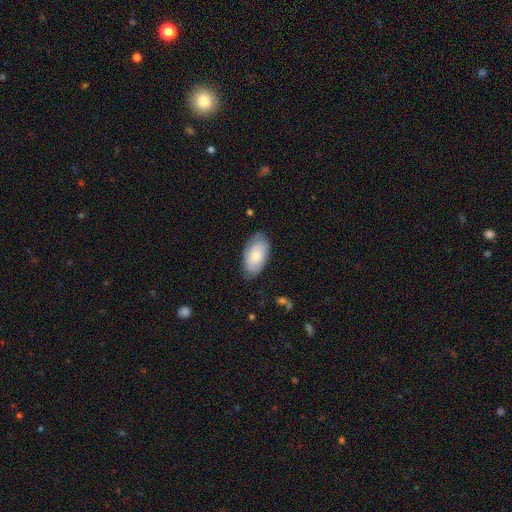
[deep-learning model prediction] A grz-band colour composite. It shows a smooth galaxy with no disk features (71%) that is in between round and cigar-shaped (95%). Merging: none (75%).